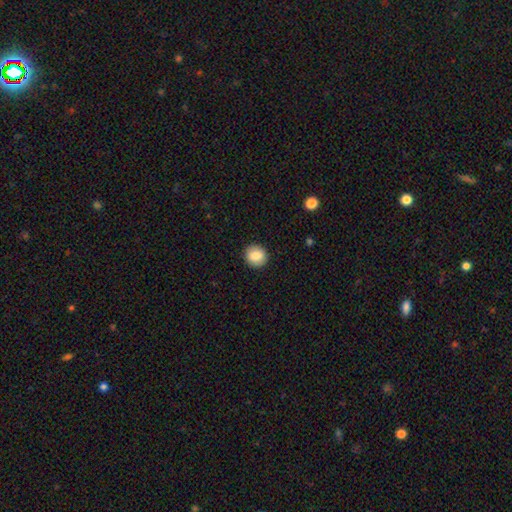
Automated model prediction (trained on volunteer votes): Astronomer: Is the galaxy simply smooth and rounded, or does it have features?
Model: smooth — 84%.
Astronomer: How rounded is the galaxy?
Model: round — 86%.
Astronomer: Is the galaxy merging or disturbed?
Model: none — 91%.